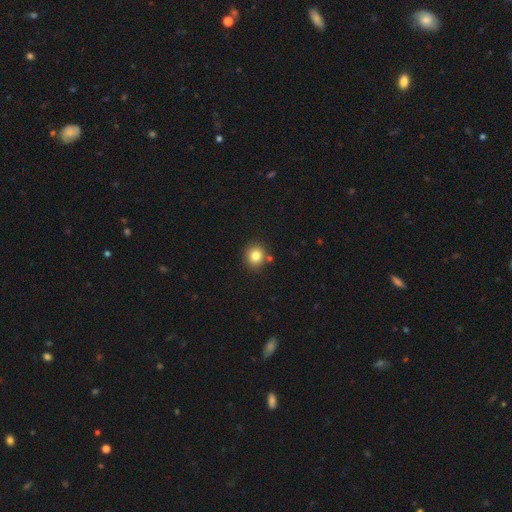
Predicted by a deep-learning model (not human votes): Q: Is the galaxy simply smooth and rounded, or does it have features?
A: smooth — 82%.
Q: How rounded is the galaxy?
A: round — 83%.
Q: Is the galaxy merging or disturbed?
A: none — 82%.